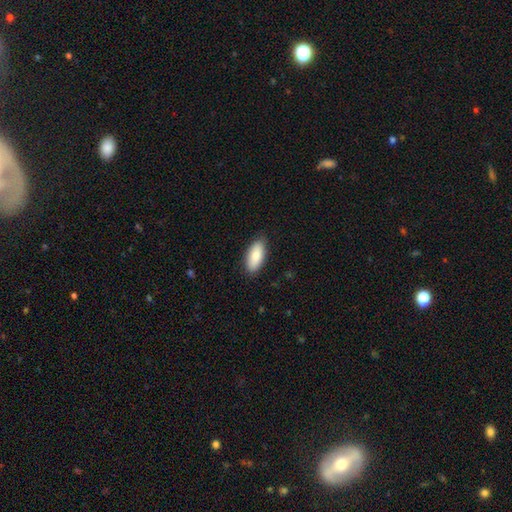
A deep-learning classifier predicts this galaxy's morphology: A smooth galaxy with no disk features (84%) that is in between round and cigar-shaped (87%).

Vote fractions:
- Smooth or featured? smooth: 84% / featured or disk: 11% / star or artifact: 6%
- How rounded? in between: 87% / cigar-shaped: 11% / round: 2%
- Merging? none: 86% / minor disturbance: 11% / major disturbance: 2% / merger: 1%